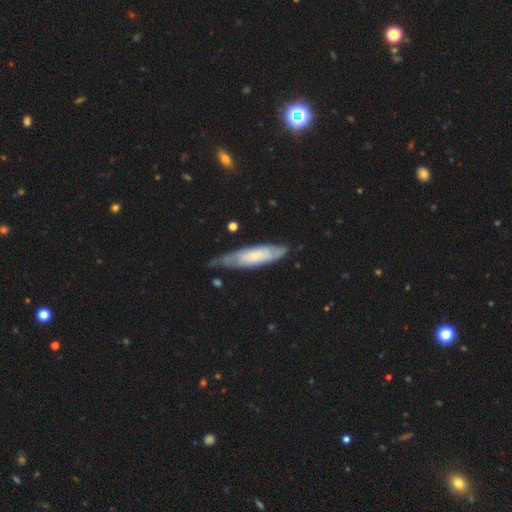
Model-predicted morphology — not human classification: Smooth or featured? featured or disk (50%)
Merging? none (60%)